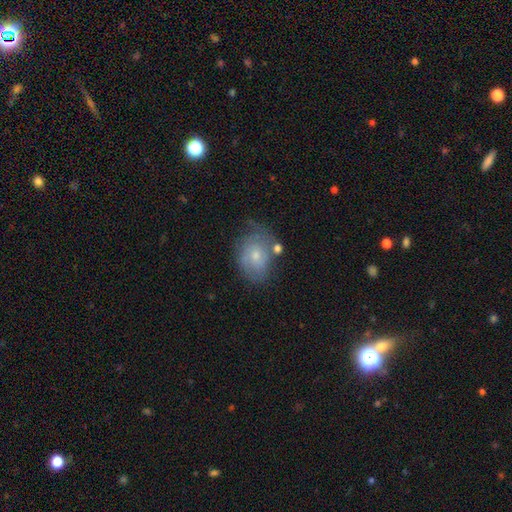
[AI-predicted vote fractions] A featured or disk galaxy (49%).

Vote fractions:
- Smooth or featured? featured or disk: 49% / smooth: 42% / star or artifact: 9%
- Merging? none: 52% / minor disturbance: 27% / major disturbance: 13% / merger: 8%